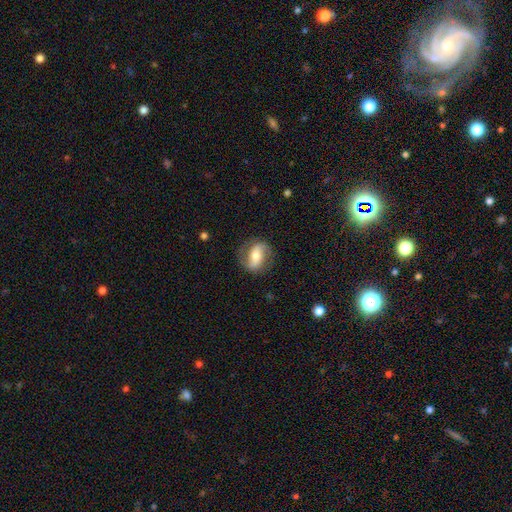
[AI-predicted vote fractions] This appears to be a featured or disk galaxy (70%) with a strong bar (42%), 2 (88%) medium (44%) spiral arms (88%) and a moderate central bulge (57%). Merging: none (79%).